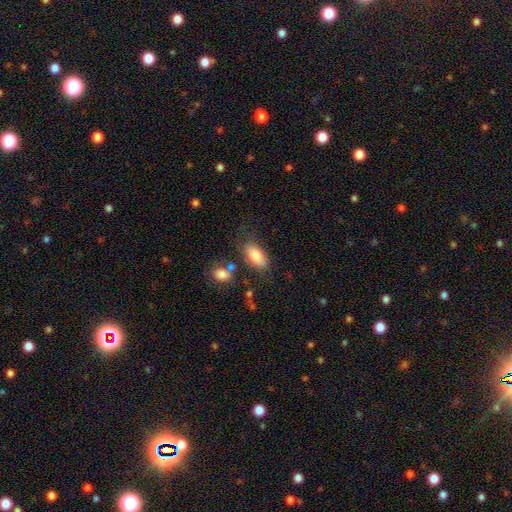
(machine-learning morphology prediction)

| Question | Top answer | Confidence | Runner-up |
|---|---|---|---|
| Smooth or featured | smooth | 84% | featured or disk (9%) |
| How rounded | in between | 90% | cigar-shaped (7%) |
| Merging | none | 68% | minor disturbance (18%) |